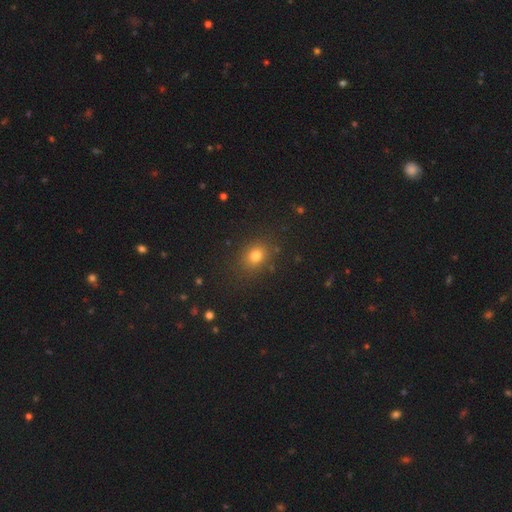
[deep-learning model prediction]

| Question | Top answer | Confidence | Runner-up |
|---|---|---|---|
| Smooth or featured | smooth | 77% | star or artifact (15%) |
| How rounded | round | 54% | in between (45%) |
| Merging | none | 85% | minor disturbance (10%) |